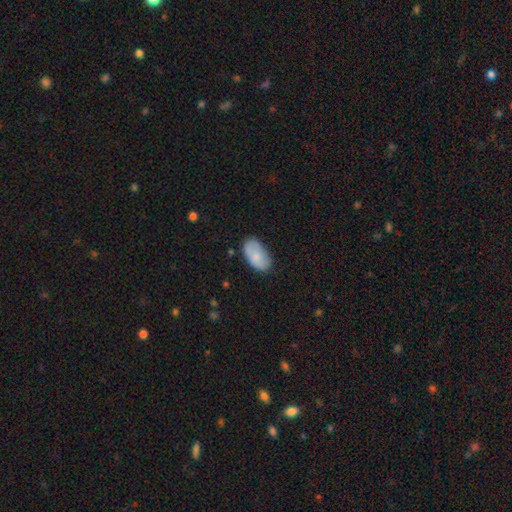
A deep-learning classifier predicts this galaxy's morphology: smooth_or_featured: smooth (p=0.78) [alt: featured or disk p=0.15]
how_rounded: in between (p=0.94) [alt: round p=0.04]
merging: none (p=0.68) [alt: minor disturbance p=0.24]